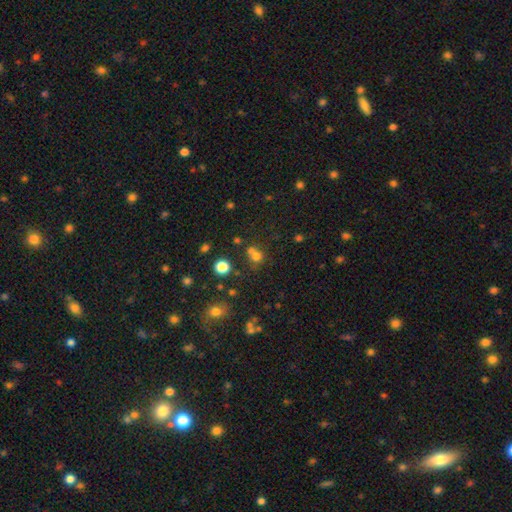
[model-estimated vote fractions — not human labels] This appears to be a smooth galaxy with no disk features (66%) that is round (80%). Merging: none (45%).